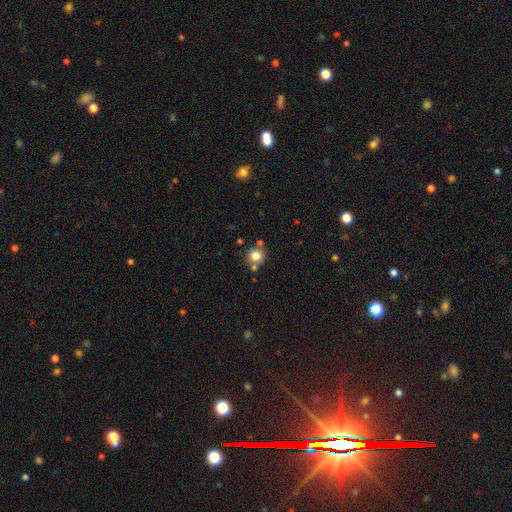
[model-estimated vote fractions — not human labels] Morphology: type=smooth (79%); roundness=round (89%); merging=none (71%).